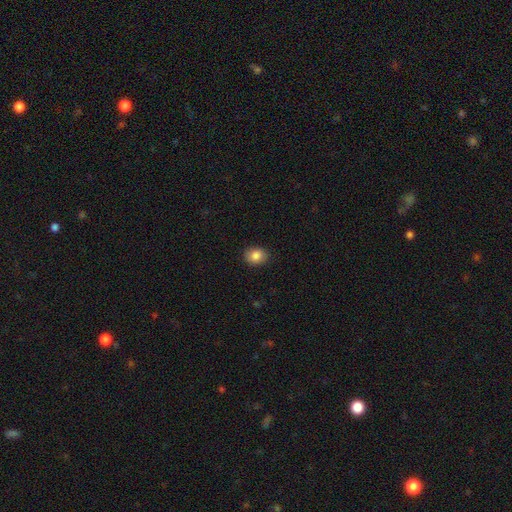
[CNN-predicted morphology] Smooth or featured?
  - smooth: 85% *
  - star or artifact: 9%
  - featured or disk: 6%
How rounded?
  - round: 50% *
  - in between: 49%
  - cigar-shaped: 1%
Merging?
  - none: 89% *
  - minor disturbance: 8%
  - major disturbance: 2%
  - merger: 1%